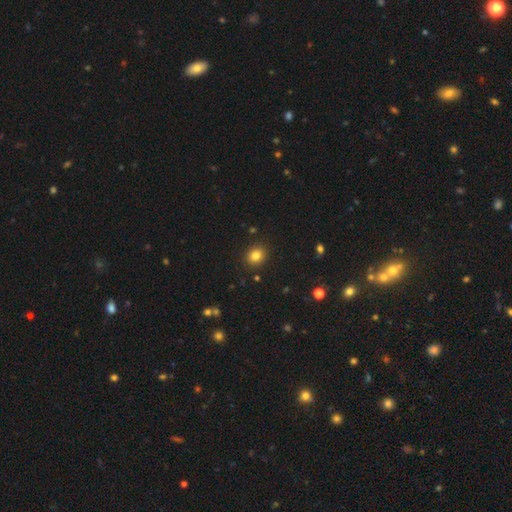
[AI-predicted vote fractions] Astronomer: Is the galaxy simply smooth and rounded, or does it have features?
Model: smooth — 82%.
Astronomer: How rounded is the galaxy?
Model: round — 66%.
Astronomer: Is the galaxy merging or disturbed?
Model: none — 90%.